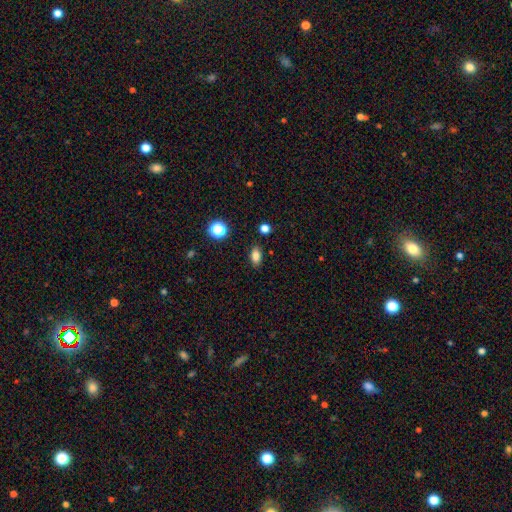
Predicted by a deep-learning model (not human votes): smooth-or-featured: smooth: 82% | star or artifact: 12% | featured or disk: 6%
  how-rounded: in between: 85% | round: 12% | cigar-shaped: 3%
  merging: none: 86% | minor disturbance: 10% | major disturbance: 3% | merger: 2%